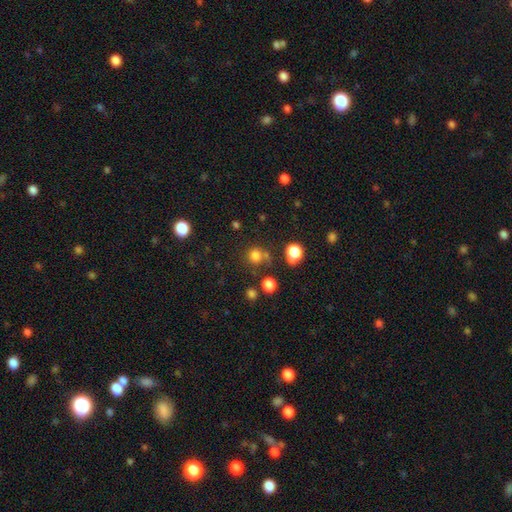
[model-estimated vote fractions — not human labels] The model was most divided on "merging": none: 66%, merger: 16%, minor disturbance: 12%, major disturbance: 6%. More confident: how rounded — round (87%); smooth or featured — smooth (75%).